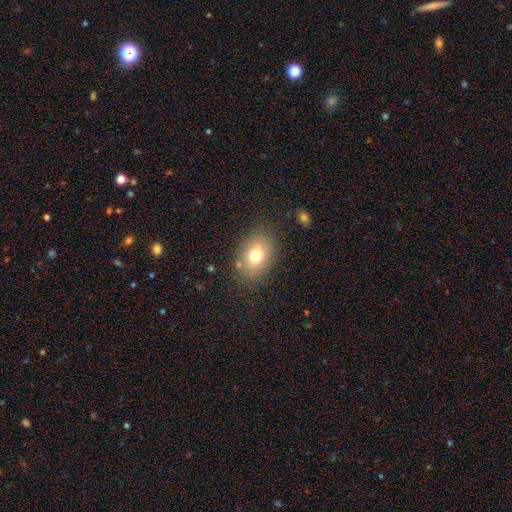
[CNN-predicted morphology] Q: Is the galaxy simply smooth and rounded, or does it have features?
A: smooth — 75%.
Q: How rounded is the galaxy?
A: in between — 76%.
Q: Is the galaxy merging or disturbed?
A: none — 81%.